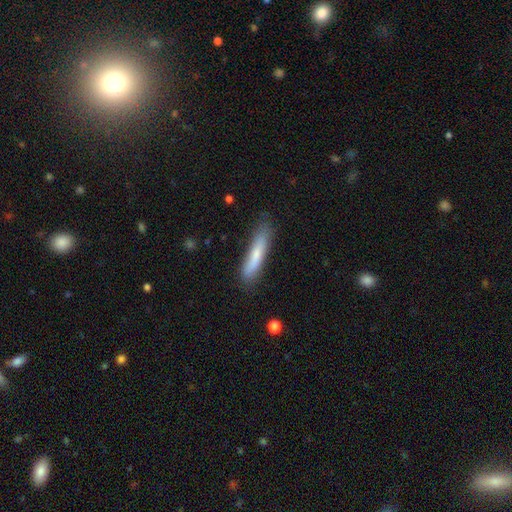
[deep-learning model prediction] This is likely a smooth galaxy (73%). How rounded: clearly cigar-shaped (88%). Merging: likely none (77%).